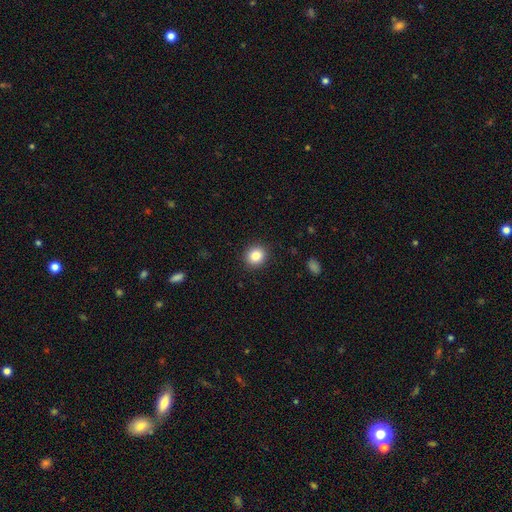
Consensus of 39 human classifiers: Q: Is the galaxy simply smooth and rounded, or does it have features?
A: smooth — 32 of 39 (82%).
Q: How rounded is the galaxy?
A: round — 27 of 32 (84%).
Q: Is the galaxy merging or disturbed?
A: none — 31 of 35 (89%).